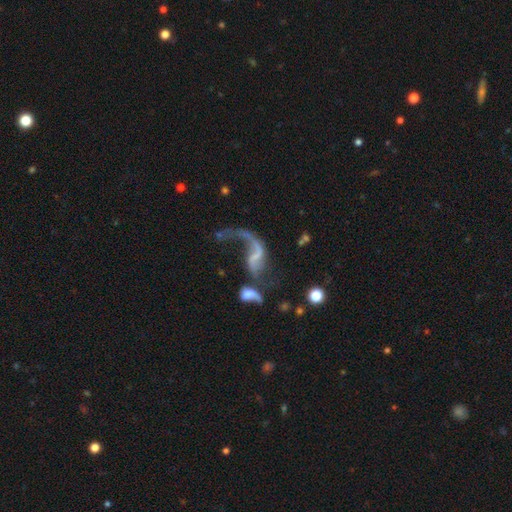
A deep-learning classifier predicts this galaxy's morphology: A featured or disk galaxy (78%) with no bar (44%), 2 (59%) loose (91%) spiral arms (82%) and no central bulge (52%). Merging: merger (33%).